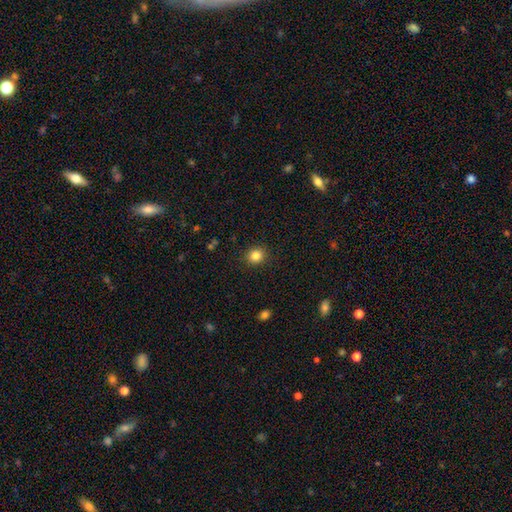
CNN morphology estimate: smooth-or-featured: smooth: 84% | star or artifact: 11% | featured or disk: 5%
  how-rounded: round: 84% | in between: 15% | cigar-shaped: 1%
  merging: none: 90% | minor disturbance: 7% | major disturbance: 2% | merger: 1%